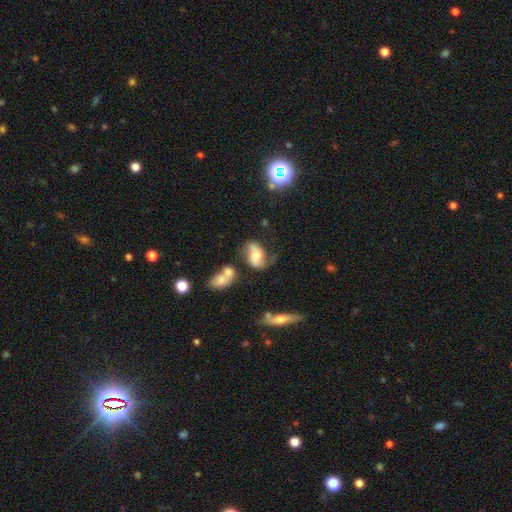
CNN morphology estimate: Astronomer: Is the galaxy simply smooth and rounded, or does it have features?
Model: featured or disk — 54% (runner-up: smooth, 37%).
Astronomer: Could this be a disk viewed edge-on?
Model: no — 93%.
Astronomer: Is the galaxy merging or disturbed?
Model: none — 48% (runner-up: minor disturbance, 23%).